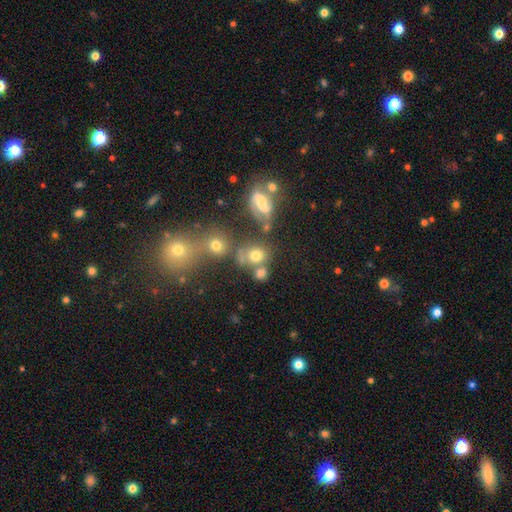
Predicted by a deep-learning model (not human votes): smooth 68%, featured or disk 17%, star or artifact 15%. Down the decision tree: how rounded — round (71%); merging — none (51%).